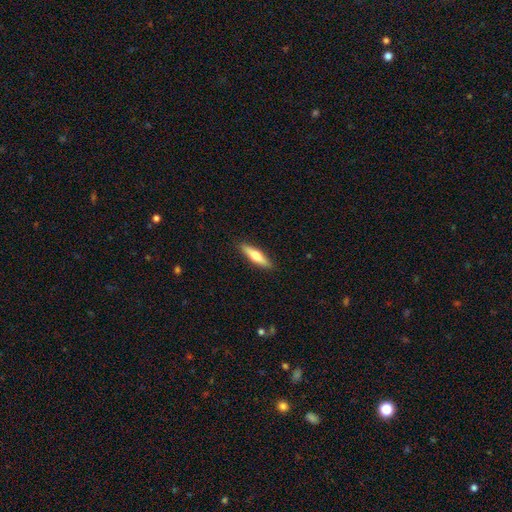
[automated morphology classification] Overall: smooth (57%; featured or disk 38%). How rounded: cigar-shaped (74%). Merging: none (90%).